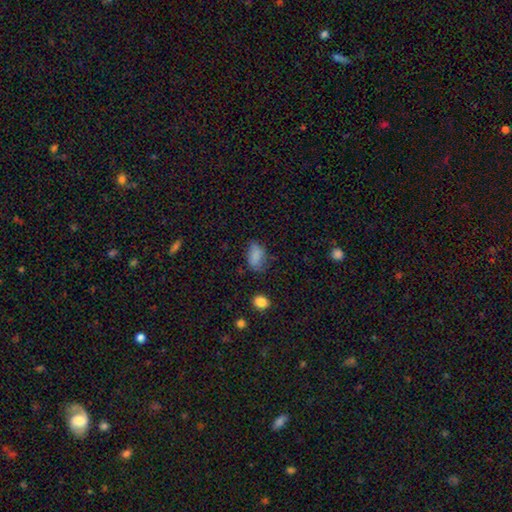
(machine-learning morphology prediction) smooth-or-featured: smooth: 82% | star or artifact: 10% | featured or disk: 8%
  how-rounded: in between: 88% | round: 10% | cigar-shaped: 2%
  merging: none: 61% | minor disturbance: 27% | major disturbance: 9% | merger: 3%